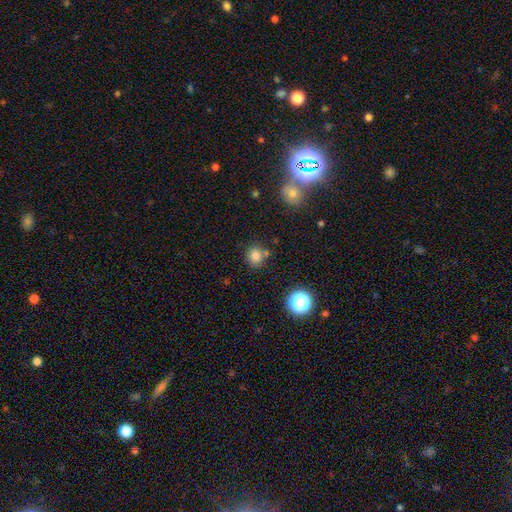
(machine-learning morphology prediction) smooth_or_featured: smooth (p=0.80) [alt: star or artifact p=0.14]
how_rounded: round (p=0.80) [alt: in between p=0.19]
merging: none (p=0.74) [alt: minor disturbance p=0.12]